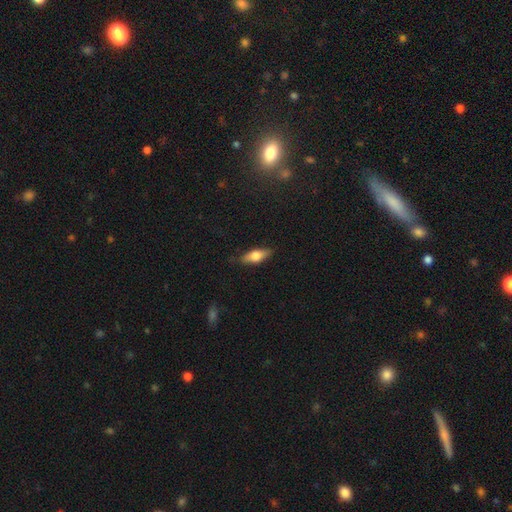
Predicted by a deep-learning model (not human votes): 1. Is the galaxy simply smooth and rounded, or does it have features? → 61% smooth, 33% featured or disk, 7% star or artifact.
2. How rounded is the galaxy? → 66% in between, 31% cigar-shaped, 3% round.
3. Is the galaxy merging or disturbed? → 85% none, 12% minor disturbance, 2% major disturbance, 1% merger.